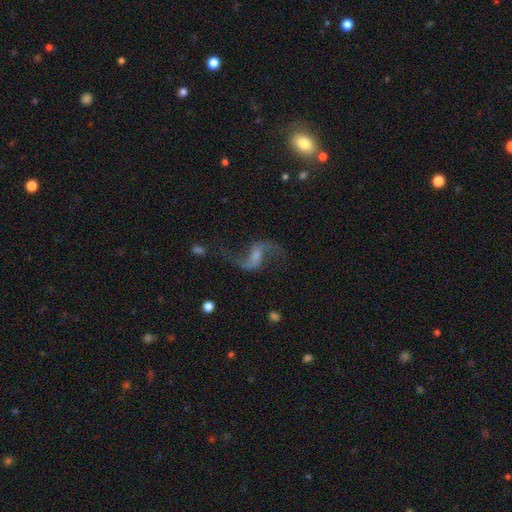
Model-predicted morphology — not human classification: type=featured or disk (87%); edge-on=no (96%); bar=weak (47%); spiral arms=yes (96%); winding=loose (88%); arm count=2 (94%); bulge=small (47%); merging=none (74%).